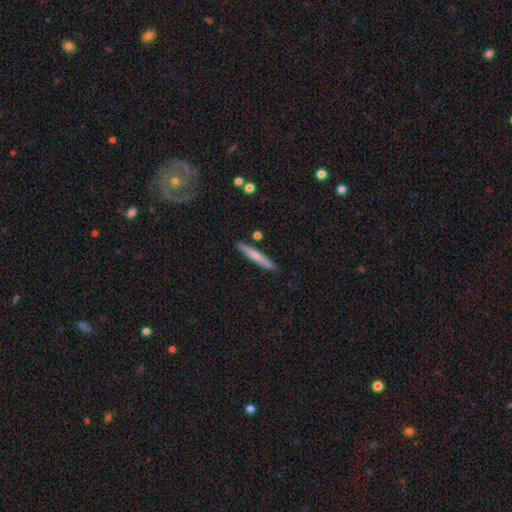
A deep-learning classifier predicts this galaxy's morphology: smooth-or-featured: smooth: 65% | featured or disk: 29% | star or artifact: 6%
  how-rounded: cigar-shaped: 95% | in between: 3% | round: 1%
  merging: none: 88% | minor disturbance: 8% | merger: 2% | major disturbance: 2%